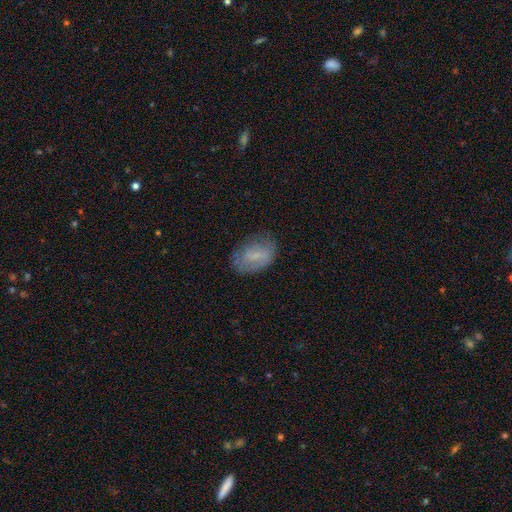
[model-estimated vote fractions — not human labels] Smooth or featured? smooth (59%)
How rounded? in between (85%)
Merging? none (67%)